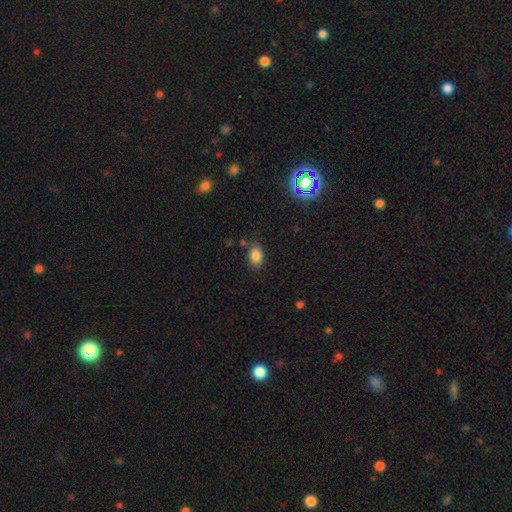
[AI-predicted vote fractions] smooth_or_featured: smooth (p=0.84) [alt: star or artifact p=0.10]
how_rounded: in between (p=0.78) [alt: round p=0.21]
merging: none (p=0.78) [alt: minor disturbance p=0.14]